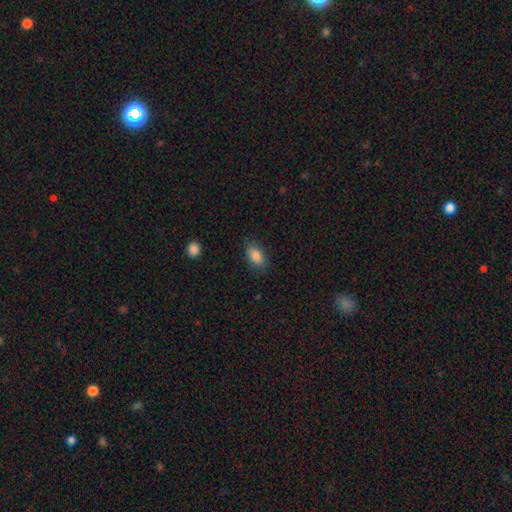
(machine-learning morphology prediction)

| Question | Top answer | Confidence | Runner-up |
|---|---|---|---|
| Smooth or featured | smooth | 87% | star or artifact (7%) |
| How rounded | in between | 90% | round (5%) |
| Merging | none | 83% | minor disturbance (12%) |